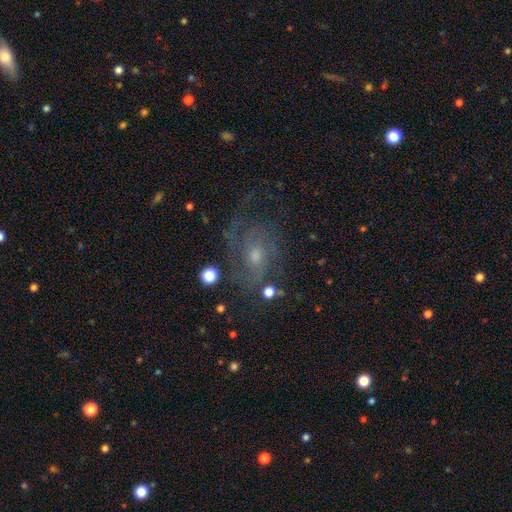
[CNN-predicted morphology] Overall: featured or disk (74%). Edge-on disk: no (97%). Bar: no (73%). Spiral arms: yes (89%). Spiral arm count: can't tell (35%; 2 30%). Spiral winding: medium (43%; tight 39%). Bulge size: small (53%; moderate 40%). Merging: none (59%).